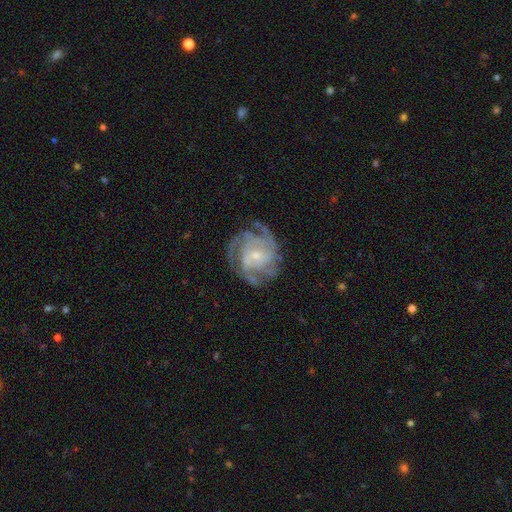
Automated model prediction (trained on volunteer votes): Smooth or featured?
  - featured or disk: 84% *
  - smooth: 9%
  - star or artifact: 7%
Edge-on disk?
  - no: 98% *
  - yes: 2%
Bar?
  - no: 61% *
  - weak: 32%
  - strong: 7%
Spiral arms?
  - yes: 93% *
  - no: 7%
Spiral winding?
  - tight: 51% *
  - medium: 39%
  - loose: 10%
Spiral arm count?
  - can't tell: 26% * (tied)
  - 3: 26% * (tied)
  - 4: 23%
  - 2: 13%
  - more than 4: 6%
  - 1: 6%
Bulge size?
  - small: 71% *
  - moderate: 23%
  - none: 3%
  - large: 2%
  - dominant: 1%
Merging?
  - none: 68% *
  - minor disturbance: 18%
  - major disturbance: 12%
  - merger: 2%